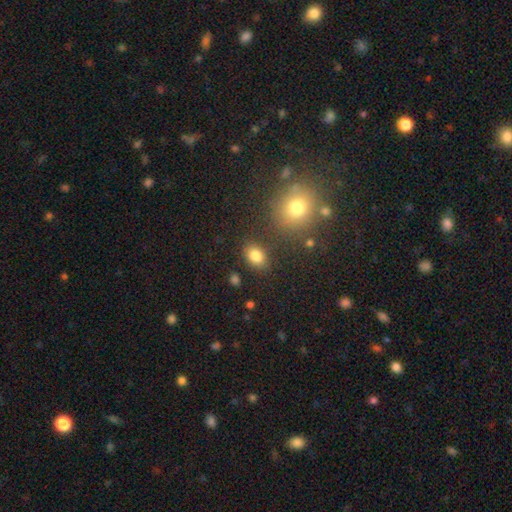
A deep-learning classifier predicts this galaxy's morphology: This appears to be a smooth galaxy with no disk features (83%) that is in between round and cigar-shaped (75%). Merging: none (81%).